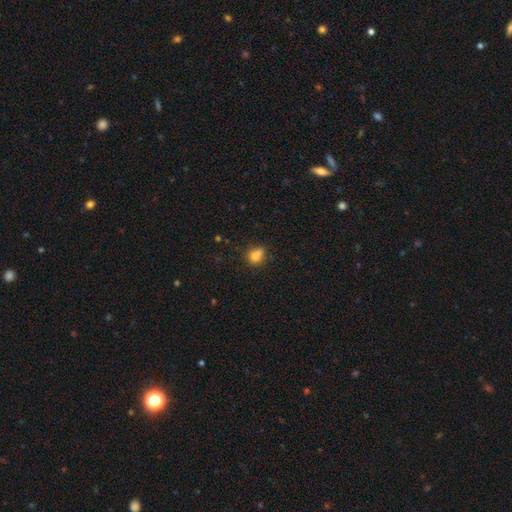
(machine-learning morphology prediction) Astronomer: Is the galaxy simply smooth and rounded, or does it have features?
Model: smooth — 80%.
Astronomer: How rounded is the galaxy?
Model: in between — 52% (runner-up: round, 45%).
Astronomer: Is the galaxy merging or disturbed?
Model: none — 54%.